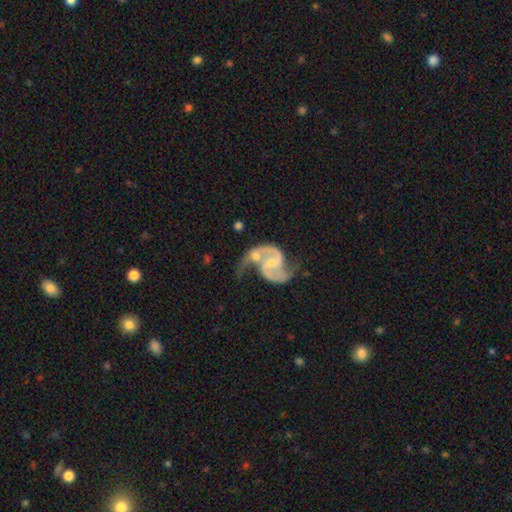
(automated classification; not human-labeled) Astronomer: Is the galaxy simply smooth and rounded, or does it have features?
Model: featured or disk — 91%.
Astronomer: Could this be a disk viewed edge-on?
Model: no — 98%.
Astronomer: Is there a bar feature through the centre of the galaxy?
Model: weak — 46% (runner-up: no, 39%).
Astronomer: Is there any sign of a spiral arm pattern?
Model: yes — 97%.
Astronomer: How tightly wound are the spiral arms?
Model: medium — 47% (runner-up: loose, 44%).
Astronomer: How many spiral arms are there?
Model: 2 — 93%.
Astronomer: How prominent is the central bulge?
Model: small — 58%.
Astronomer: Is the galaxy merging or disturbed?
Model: none — 42% (runner-up: merger, 26%).